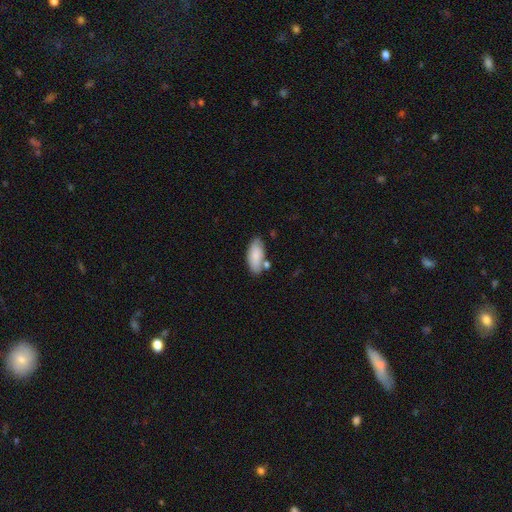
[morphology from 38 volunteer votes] This is likely a smooth galaxy (74%). How rounded: likely in between (79%). Merging: marginally none (45%).